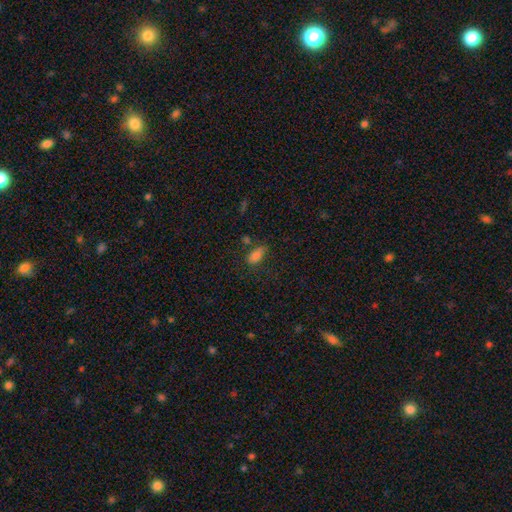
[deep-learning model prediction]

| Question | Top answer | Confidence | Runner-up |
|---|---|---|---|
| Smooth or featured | smooth | 81% | star or artifact (13%) |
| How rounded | in between | 82% | cigar-shaped (13%) |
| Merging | none | 59% | minor disturbance (24%) |